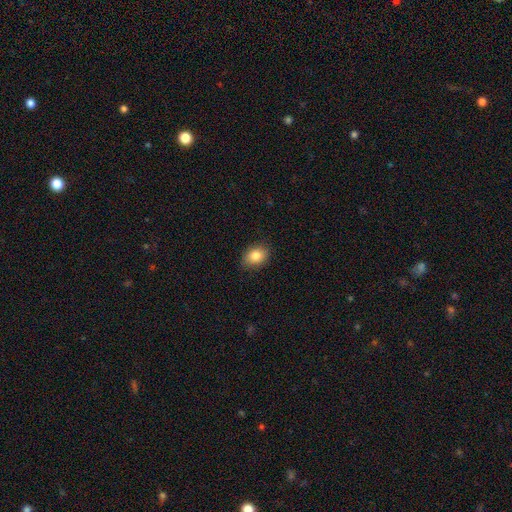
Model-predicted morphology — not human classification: Overall: smooth (83%). How rounded: in between (67%; round 32%). Merging: none (87%).